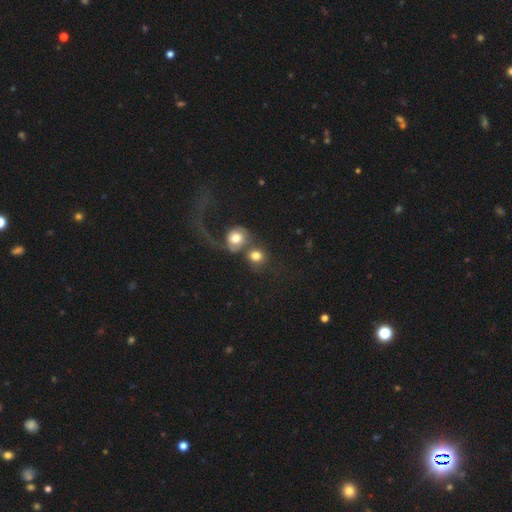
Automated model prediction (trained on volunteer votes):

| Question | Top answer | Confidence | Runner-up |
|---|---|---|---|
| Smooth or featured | smooth | 72% | featured or disk (19%) |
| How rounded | round | 82% | in between (17%) |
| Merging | merger | 51% | none (30%) |